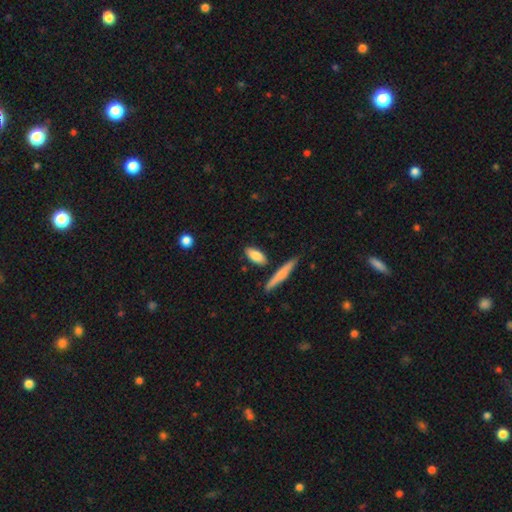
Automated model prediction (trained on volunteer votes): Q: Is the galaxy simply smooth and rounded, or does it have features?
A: smooth — 82%.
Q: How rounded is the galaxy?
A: in between — 74%.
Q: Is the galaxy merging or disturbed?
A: none — 78%.